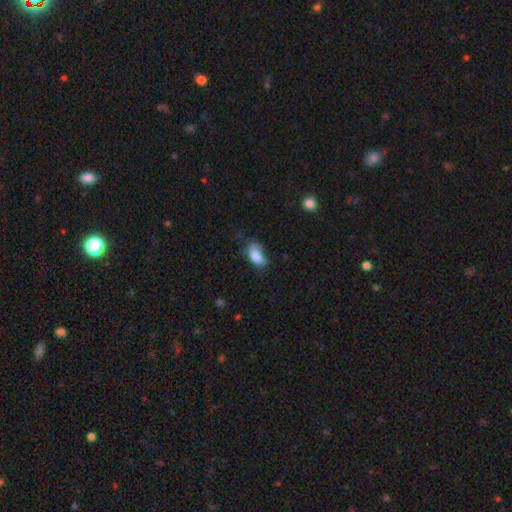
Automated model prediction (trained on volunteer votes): A smooth galaxy with no disk features (82%) that is in between round and cigar-shaped (89%). Merging: none (45%).